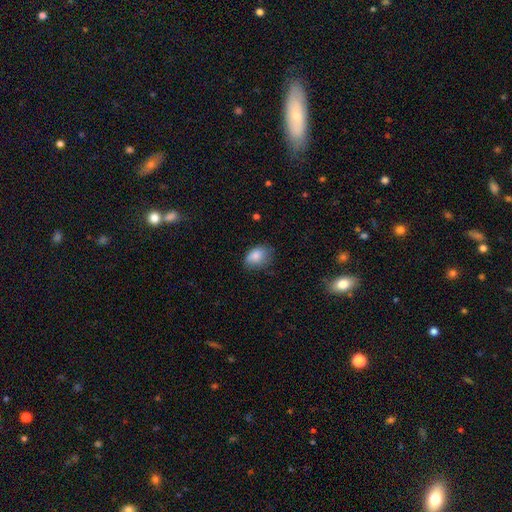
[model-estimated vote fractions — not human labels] smooth-or-featured: smooth: 84% | star or artifact: 8% | featured or disk: 8%
  how-rounded: in between: 80% | round: 19% | cigar-shaped: 1%
  merging: none: 64% | minor disturbance: 28% | major disturbance: 7% | merger: 1%